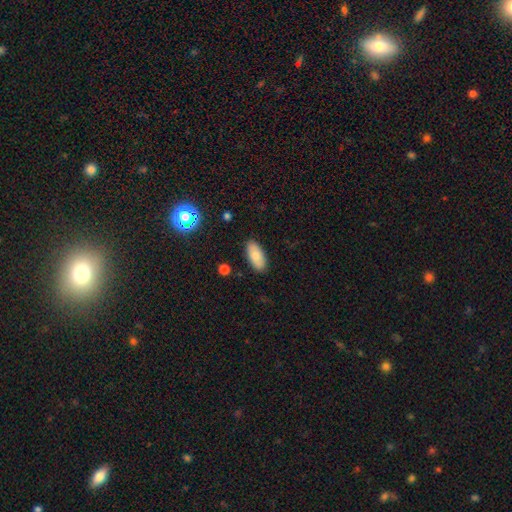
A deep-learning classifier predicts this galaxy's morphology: type=smooth (80%); roundness=in between (90%); merging=none (88%).